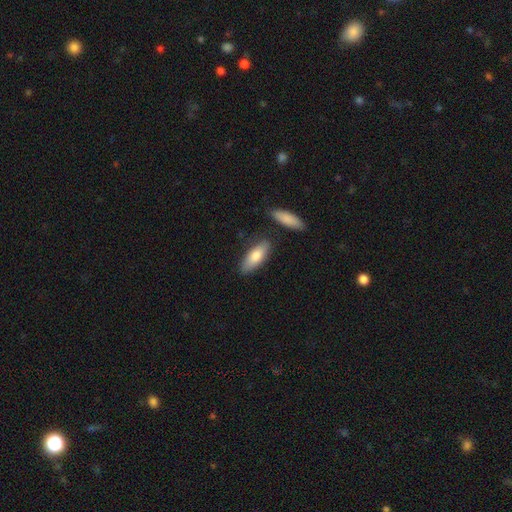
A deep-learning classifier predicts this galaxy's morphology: The model was most divided on "how rounded": in between: 67%, cigar-shaped: 30%, round: 2%. More confident: merging — none (79%); smooth or featured — smooth (78%).